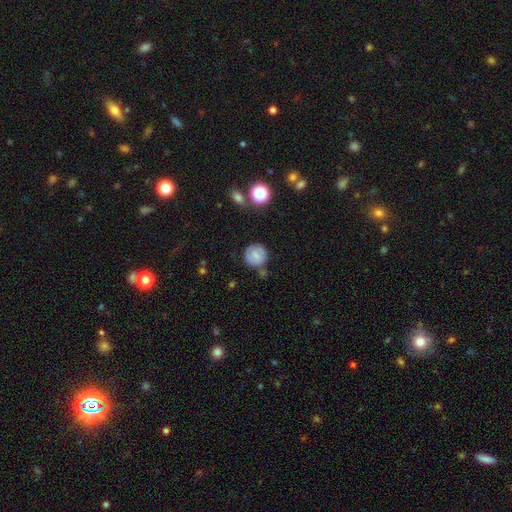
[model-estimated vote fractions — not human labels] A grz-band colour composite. It shows a smooth galaxy with no disk features (60%) that is round (89%). Merging: none (72%).